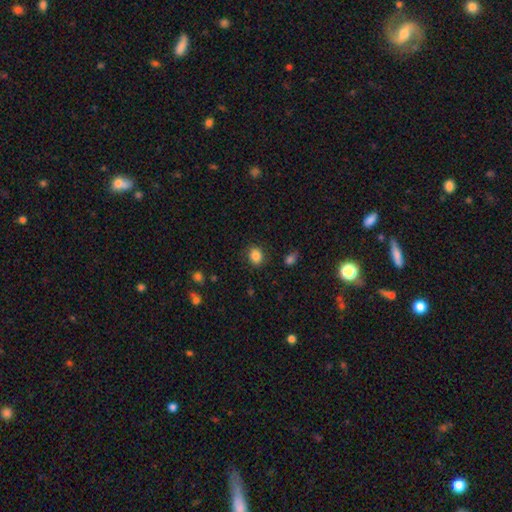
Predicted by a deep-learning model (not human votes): smooth_or_featured: smooth (p=0.85) [alt: star or artifact p=0.10]
how_rounded: round (p=0.56) [alt: in between p=0.43]
merging: none (p=0.86) [alt: minor disturbance p=0.10]